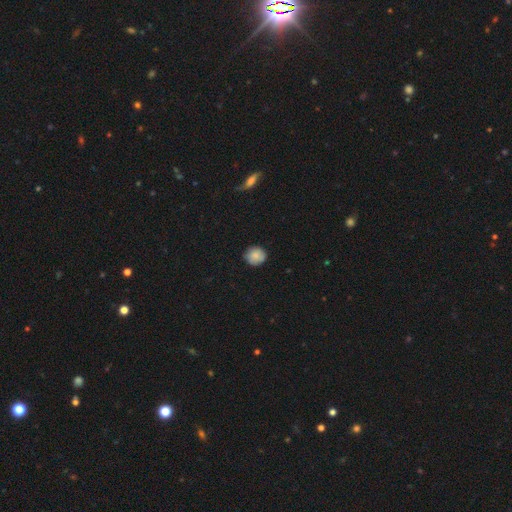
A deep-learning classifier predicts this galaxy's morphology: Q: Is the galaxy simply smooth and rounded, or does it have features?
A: smooth — 84%.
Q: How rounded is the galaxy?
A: round — 87%.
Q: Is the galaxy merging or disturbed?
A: none — 81%.